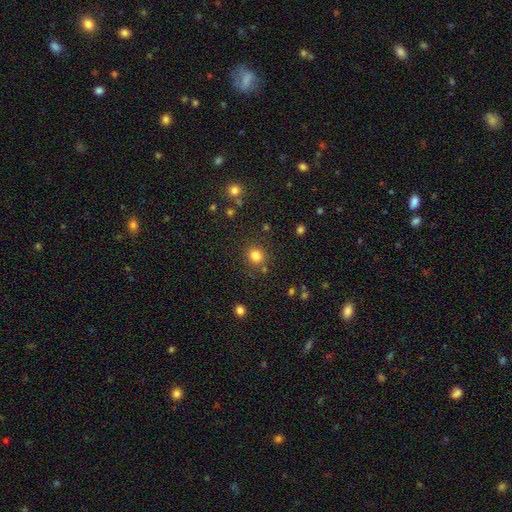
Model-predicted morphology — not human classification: Smooth or featured?
  - smooth: 82% *
  - star or artifact: 13%
  - featured or disk: 5%
How rounded?
  - round: 83% *
  - in between: 16%
  - cigar-shaped: 1%
Merging?
  - none: 82% *
  - minor disturbance: 10%
  - merger: 5%
  - major disturbance: 4%